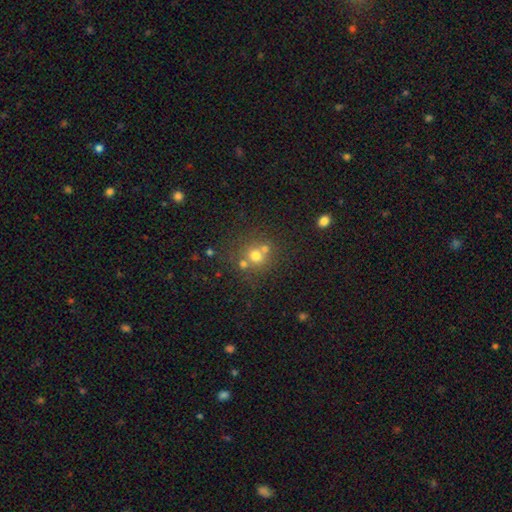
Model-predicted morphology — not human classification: This appears to be a smooth galaxy with no disk features (66%) that is round (86%). Merging: none (58%).